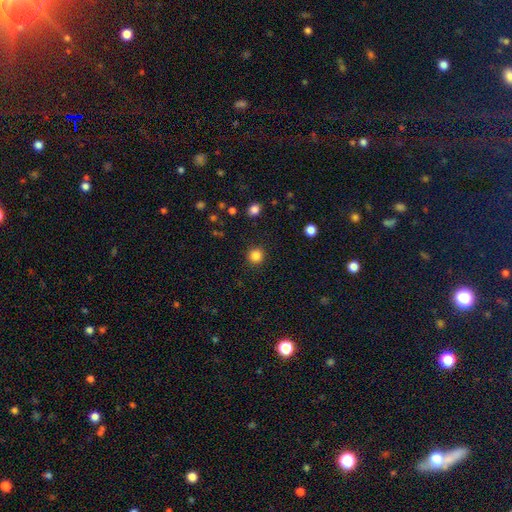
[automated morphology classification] This is clearly a smooth galaxy (84%). How rounded: clearly round (94%). Merging: clearly none (91%).